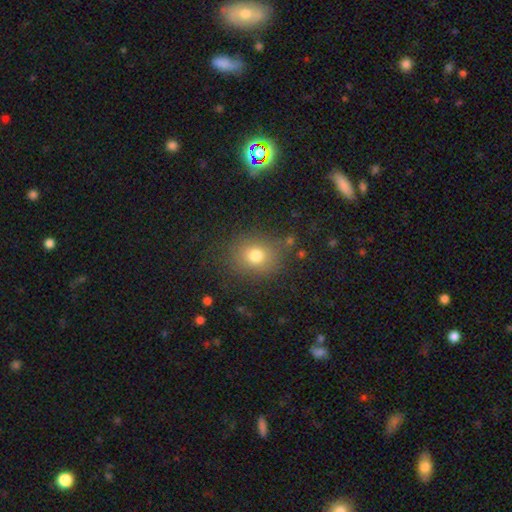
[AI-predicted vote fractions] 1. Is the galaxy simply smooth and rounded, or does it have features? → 76% smooth, 14% star or artifact, 10% featured or disk.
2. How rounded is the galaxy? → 68% round, 31% in between, 1% cigar-shaped.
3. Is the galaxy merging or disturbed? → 79% none, 13% minor disturbance, 6% major disturbance, 2% merger.